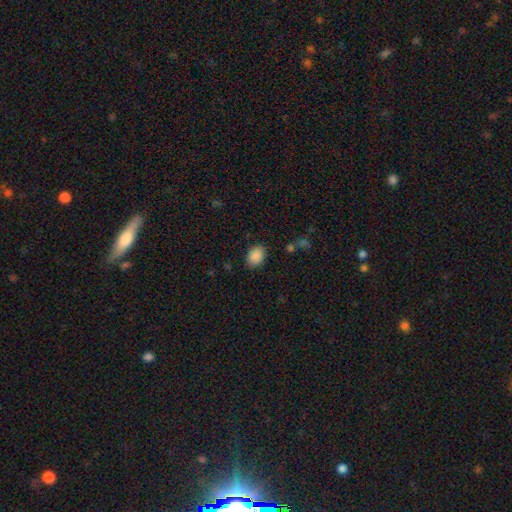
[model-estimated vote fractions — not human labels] Smooth or featured? Predicted: smooth (p=0.89). How rounded? Predicted: in between (p=0.76). Merging? Predicted: none (p=0.85).